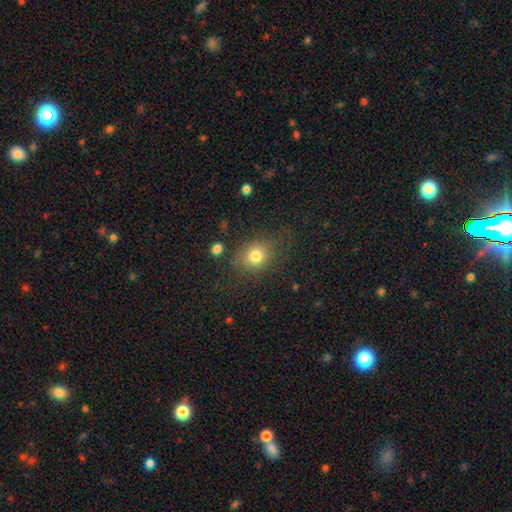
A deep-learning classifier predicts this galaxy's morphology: A smooth galaxy with no disk features (79%) that is round (60%). Merging: none (73%).